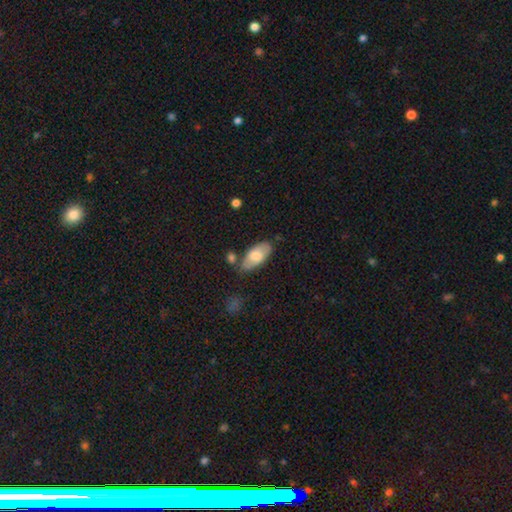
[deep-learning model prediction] Smooth or featured?
  - smooth: 71% *
  - featured or disk: 23%
  - star or artifact: 6%
How rounded?
  - in between: 92% *
  - cigar-shaped: 6%
  - round: 2%
Merging?
  - none: 69% *
  - minor disturbance: 18%
  - merger: 8%
  - major disturbance: 4%